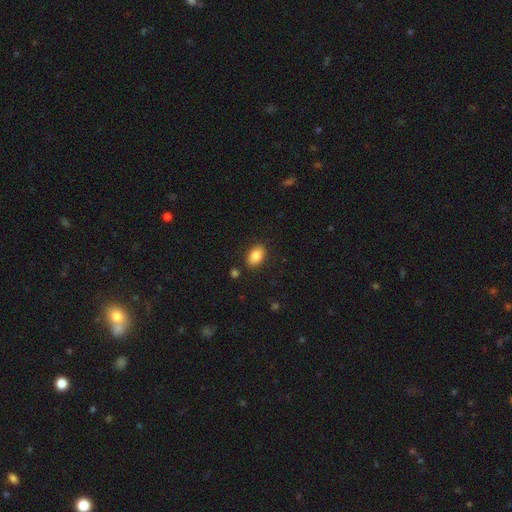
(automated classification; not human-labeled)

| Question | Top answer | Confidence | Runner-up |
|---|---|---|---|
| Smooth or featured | smooth | 85% | star or artifact (8%) |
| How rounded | in between | 89% | round (9%) |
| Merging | none | 86% | minor disturbance (10%) |